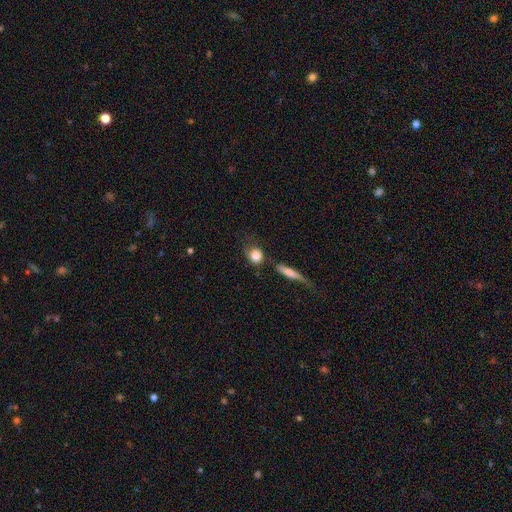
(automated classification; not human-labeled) smooth-or-featured: smooth: 82% | featured or disk: 10% | star or artifact: 8%
  how-rounded: round: 69% | in between: 26% | cigar-shaped: 5%
  merging: none: 54% | minor disturbance: 20% | merger: 16% | major disturbance: 10%